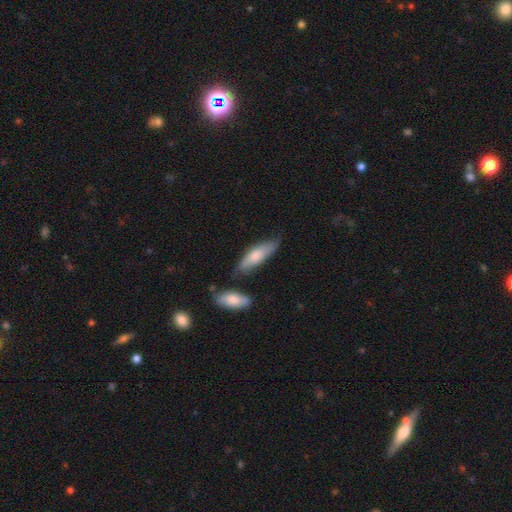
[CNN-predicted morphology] Overall: smooth (74%). How rounded: cigar-shaped (54%; in between 44%). Merging: none (64%).